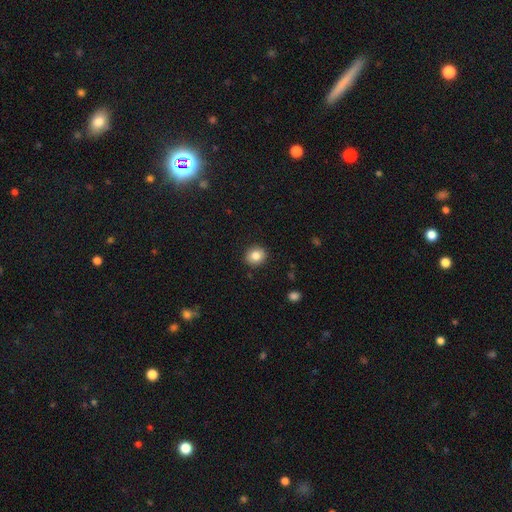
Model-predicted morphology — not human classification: The model was most divided on "how rounded": round: 80%, in between: 19%, cigar-shaped: 1%. More confident: merging — none (90%); smooth or featured — smooth (83%).